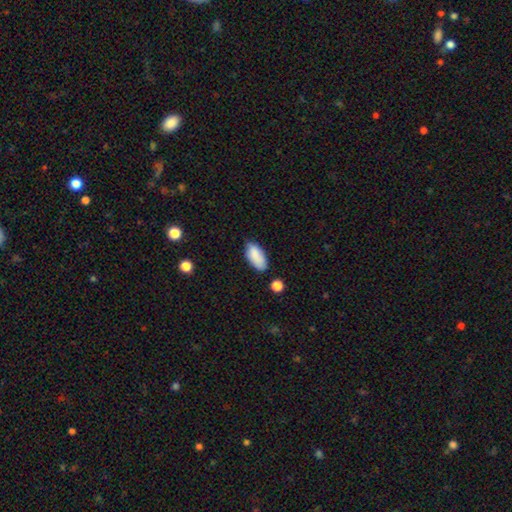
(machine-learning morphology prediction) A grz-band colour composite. It shows a smooth galaxy with no disk features (87%) that is in between round and cigar-shaped (91%). Merging: none (72%).